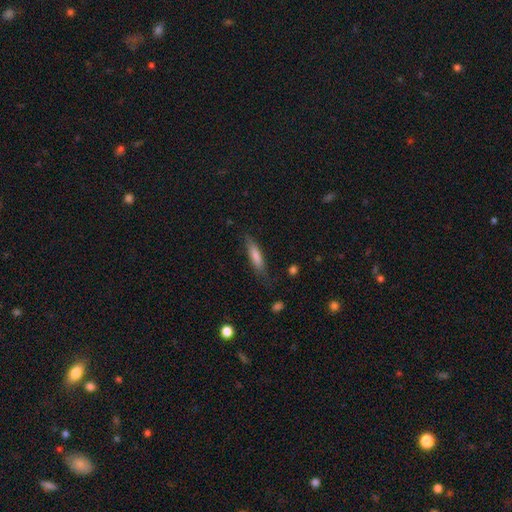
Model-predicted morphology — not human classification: Overall: smooth (72%). How rounded: cigar-shaped (77%). Merging: none (77%).